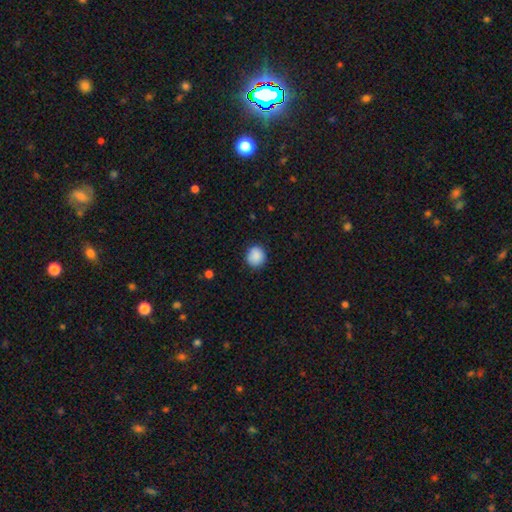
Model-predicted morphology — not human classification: Q: Smooth or featured?
A: smooth (88%); runner-up: star or artifact (8%)
Q: How rounded?
A: round (86%); runner-up: in between (13%)
Q: Merging?
A: none (85%); runner-up: minor disturbance (11%)